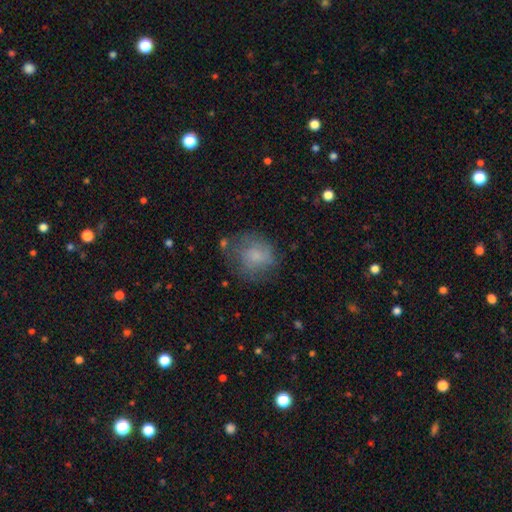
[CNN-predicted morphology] smooth 70%, featured or disk 21%, star or artifact 10%. Down the decision tree: how rounded — round (74%); merging — none (55%).